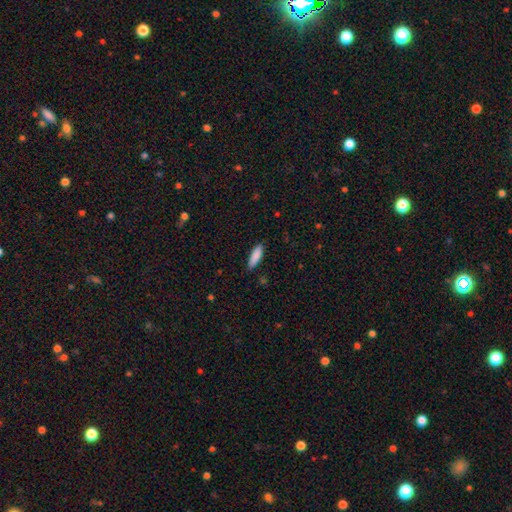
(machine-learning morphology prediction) Q: Smooth or featured?
A: smooth (87%); runner-up: featured or disk (6%)
Q: How rounded?
A: cigar-shaped (53%); runner-up: in between (46%)
Q: Merging?
A: none (85%); runner-up: minor disturbance (12%)